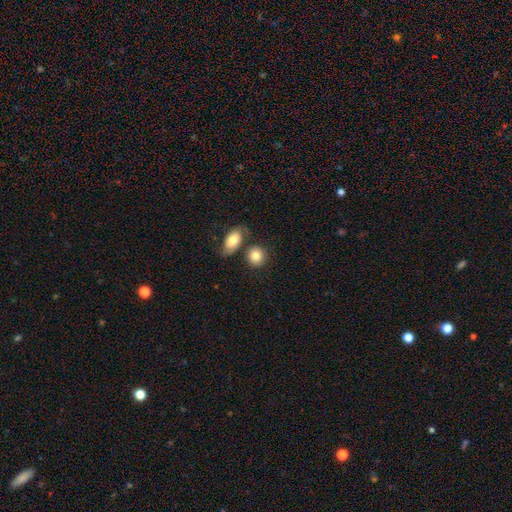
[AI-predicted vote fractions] Smooth or featured: smooth — 82% (featured or disk — 10%)
How rounded: round — 75% (in between — 24%)
Merging: none — 64% (merger — 21%)